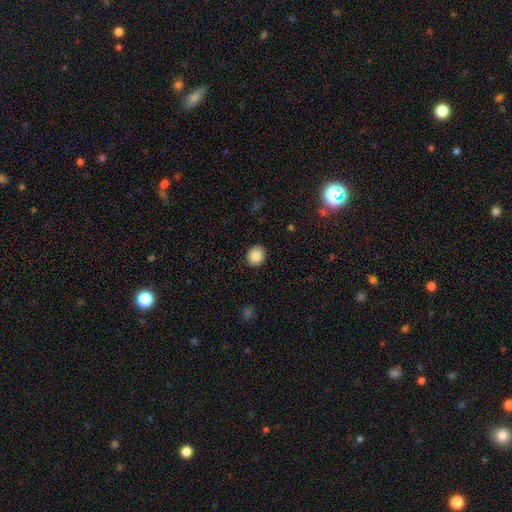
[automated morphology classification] type=smooth (88%); roundness=round (69%); merging=none (90%).